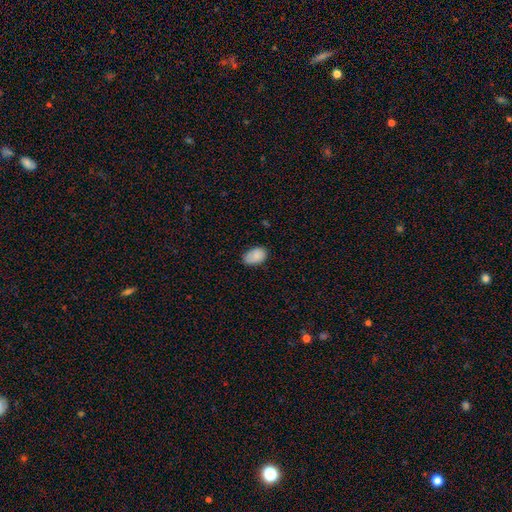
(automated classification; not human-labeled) smooth 87%, star or artifact 7%, featured or disk 6%. Down the decision tree: how rounded — in between (91%); merging — none (73%).